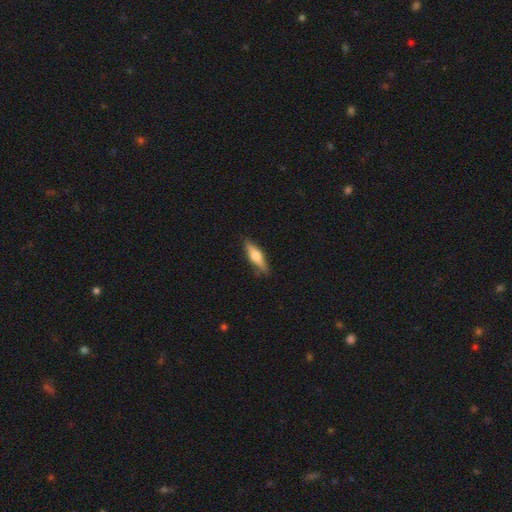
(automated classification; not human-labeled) smooth-or-featured: featured or disk: 56% | smooth: 38% | star or artifact: 6%
  disk-edge-on: yes: 95% | no: 5%
    edge-on-bulge: rounded: 92% | boxy: 5% | none: 3%
  merging: none: 87% | minor disturbance: 10% | major disturbance: 2% | merger: 1%